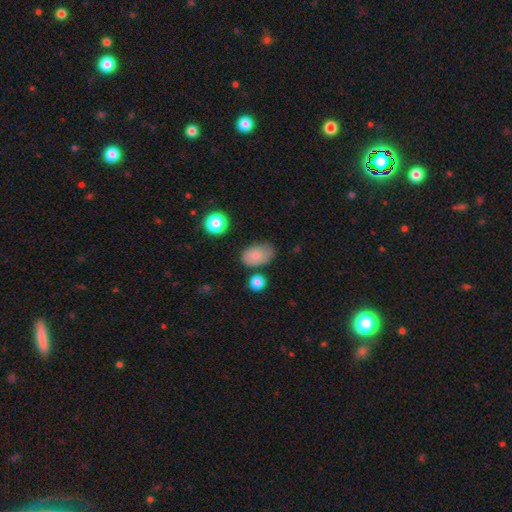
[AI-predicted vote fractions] The model was most divided on "merging": none: 70%, minor disturbance: 20%, major disturbance: 5%, merger: 5%. More confident: how rounded — in between (90%); smooth or featured — smooth (83%).